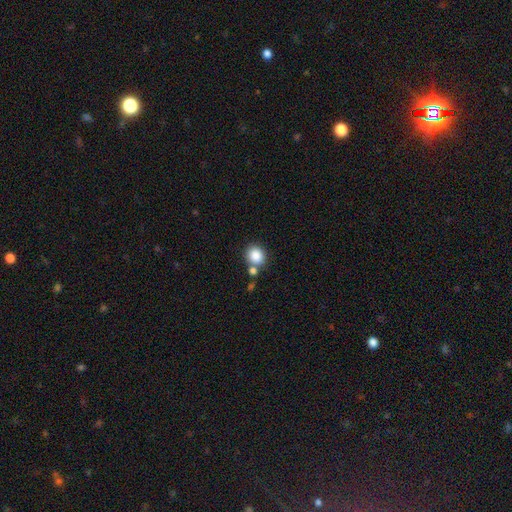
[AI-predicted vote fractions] Smooth or featured? smooth (86%)
How rounded? round (75%)
Merging? none (65%)